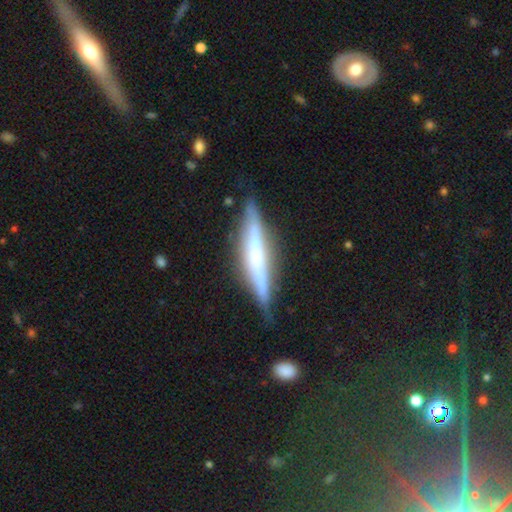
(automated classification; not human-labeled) A featured or disk galaxy (66%) viewed edge-on (94%) with a rounded central bulge (40%). Merging: none (79%).